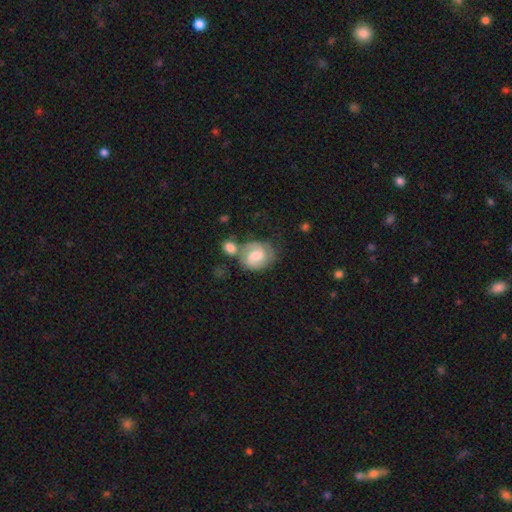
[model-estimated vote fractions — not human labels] Smooth or featured?
  - featured or disk: 66% *
  - smooth: 27%
  - star or artifact: 7%
Edge-on disk?
  - no: 97% *
  - yes: 3%
Bar?
  - weak: 51% *
  - no: 38%
  - strong: 11%
Spiral arms?
  - yes: 91% *
  - no: 9%
Spiral winding?
  - medium: 44% *
  - tight: 42%
  - loose: 14%
Spiral arm count?
  - 2: 79% *
  - can't tell: 11%
  - 1: 4%
  - 3: 4%
  - 4: 1%
  - more than 4: 1%
Bulge size?
  - moderate: 65% *
  - small: 20%
  - large: 11%
  - none: 2%
  - dominant: 1%
Merging?
  - none: 46% *
  - merger: 29%
  - minor disturbance: 17%
  - major disturbance: 8%